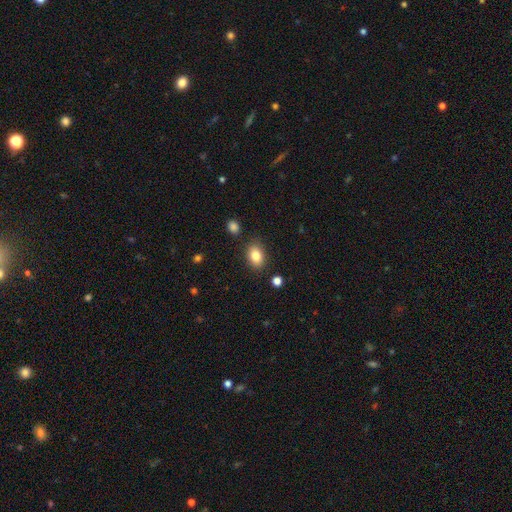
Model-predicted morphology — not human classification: The model was most divided on "how rounded": in between: 78%, round: 21%, cigar-shaped: 1%. More confident: merging — none (84%); smooth or featured — smooth (83%).